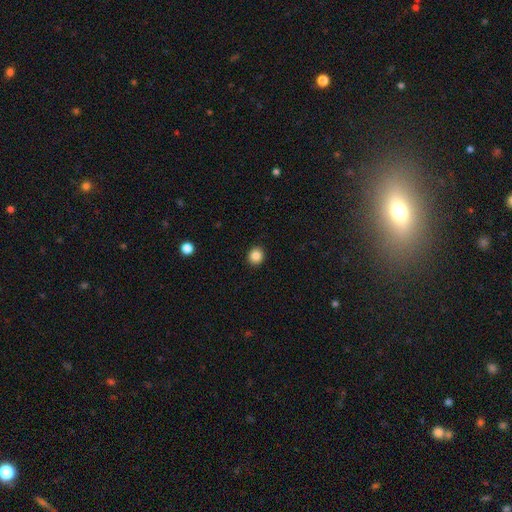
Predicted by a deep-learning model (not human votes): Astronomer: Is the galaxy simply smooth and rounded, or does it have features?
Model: smooth — 86%.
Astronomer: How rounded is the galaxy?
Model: round — 85%.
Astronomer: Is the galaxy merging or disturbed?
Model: none — 92%.